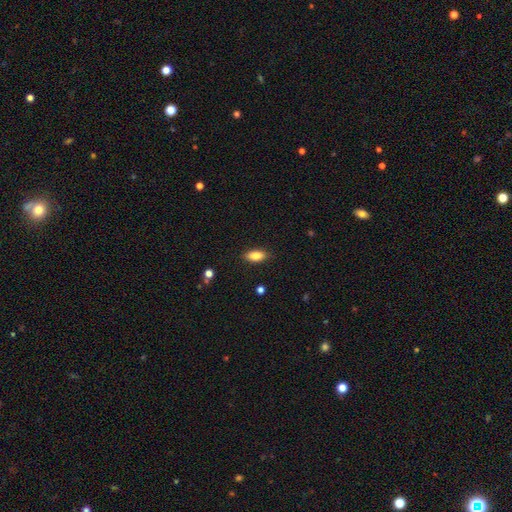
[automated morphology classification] This is clearly a smooth galaxy (86%). How rounded: clearly in between (86%). Merging: clearly none (87%).